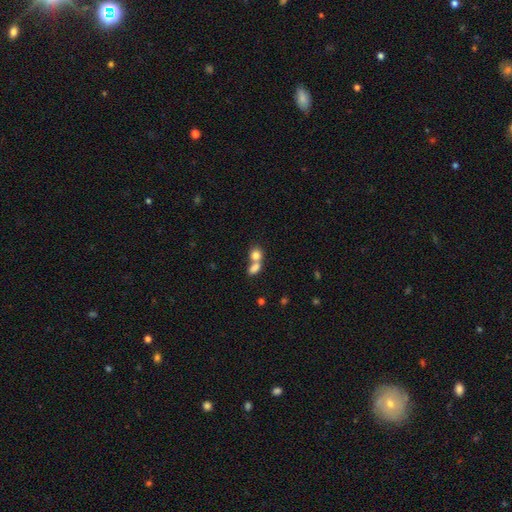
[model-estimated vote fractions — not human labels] Morphology: type=smooth (79%); roundness=round (58%); merging=merger (63%).